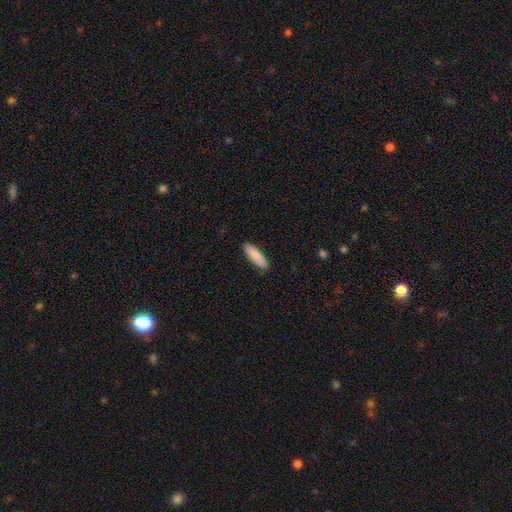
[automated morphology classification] This appears to be a smooth galaxy with no disk features (89%) that is cigar-shaped (62%). Merging: none (91%).